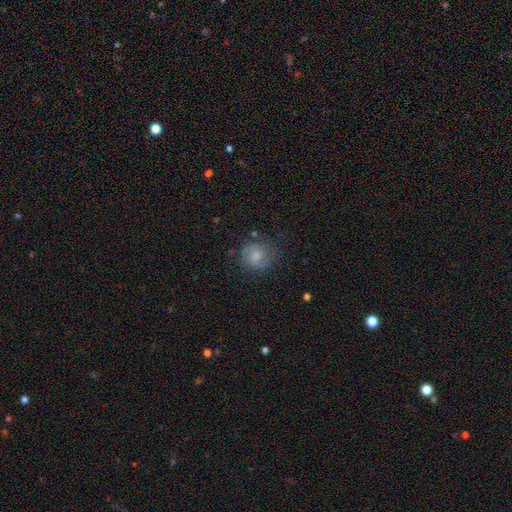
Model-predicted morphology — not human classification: This appears to be a smooth galaxy with no disk features (67%) that is round (83%). Merging: none (69%).